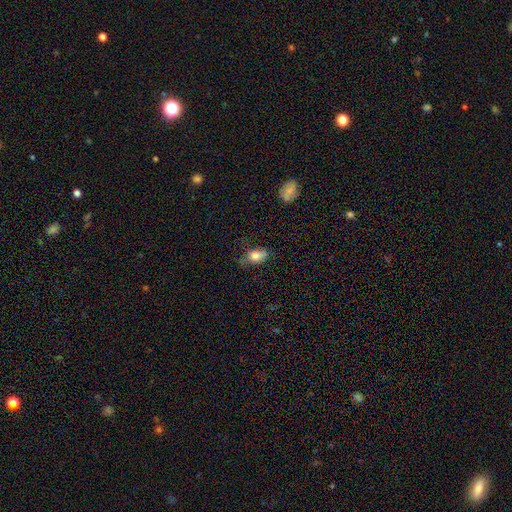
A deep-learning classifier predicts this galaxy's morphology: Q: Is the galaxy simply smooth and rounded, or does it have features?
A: smooth — 80%.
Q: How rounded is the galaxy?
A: in between — 81%.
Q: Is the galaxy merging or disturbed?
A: none — 54%.